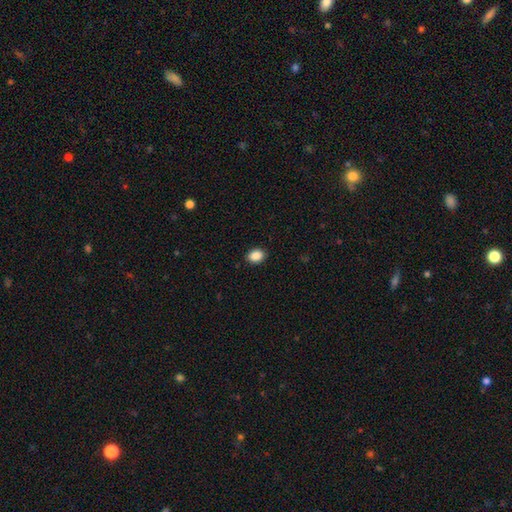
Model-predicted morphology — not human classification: Smooth or featured? Predicted: smooth (p=0.89). How rounded? Predicted: in between (p=0.63). Merging? Predicted: none (p=0.90).